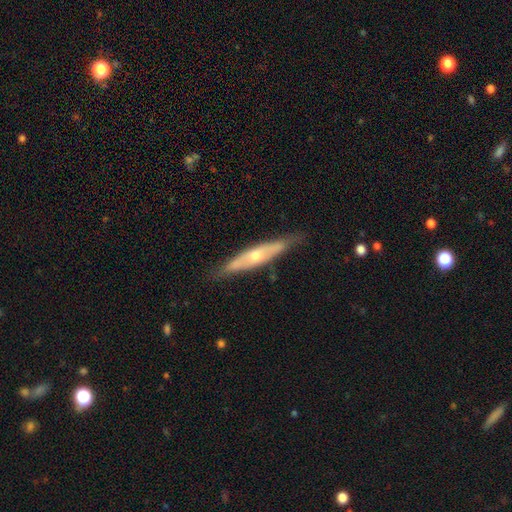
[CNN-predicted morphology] A featured or disk galaxy (66%) viewed edge-on (85%) with a rounded central bulge (80%). Merging: none (84%).